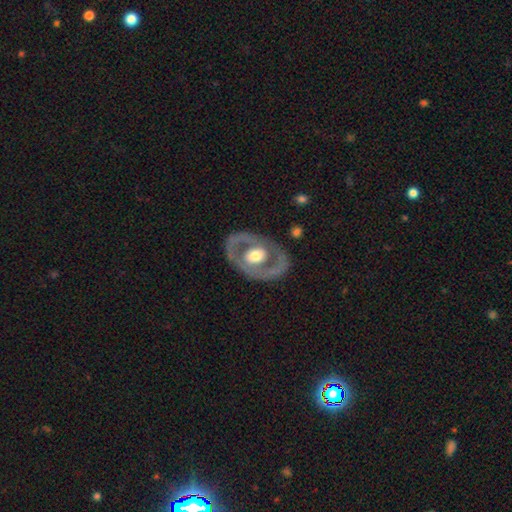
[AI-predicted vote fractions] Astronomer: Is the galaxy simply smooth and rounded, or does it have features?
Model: featured or disk — 67%.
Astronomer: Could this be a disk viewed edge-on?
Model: no — 92%.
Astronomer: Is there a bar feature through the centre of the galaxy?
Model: no — 76%.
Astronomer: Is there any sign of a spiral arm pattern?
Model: no — 78%.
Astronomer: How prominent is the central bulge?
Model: moderate — 60%.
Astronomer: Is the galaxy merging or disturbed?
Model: none — 78%.